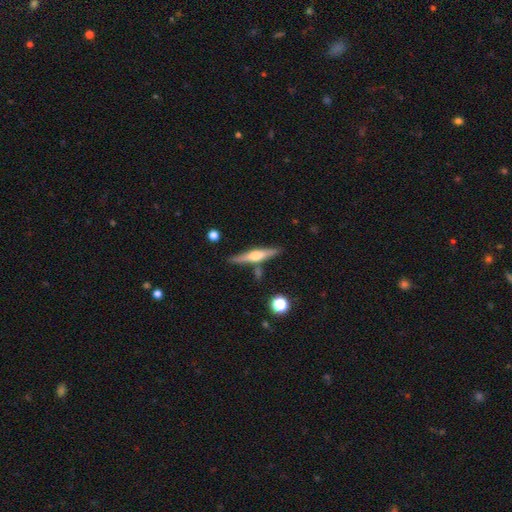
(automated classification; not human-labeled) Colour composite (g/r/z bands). It shows a featured or disk galaxy (61%) viewed edge-on (96%) with a rounded central bulge (88%). Merging: none (81%).